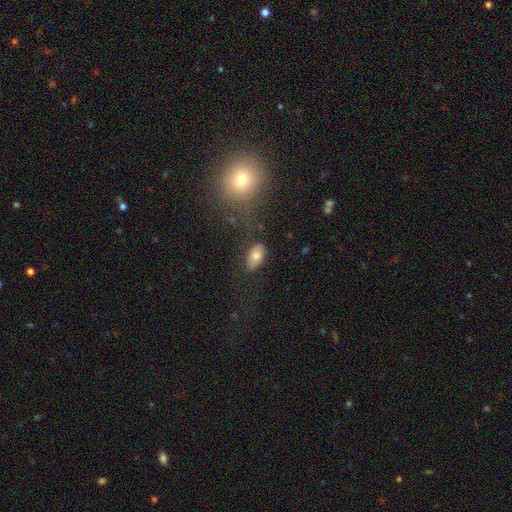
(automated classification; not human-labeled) Smooth or featured? Predicted: smooth (p=0.75). How rounded? Predicted: in between (p=0.91). Merging? Predicted: none (p=0.74).